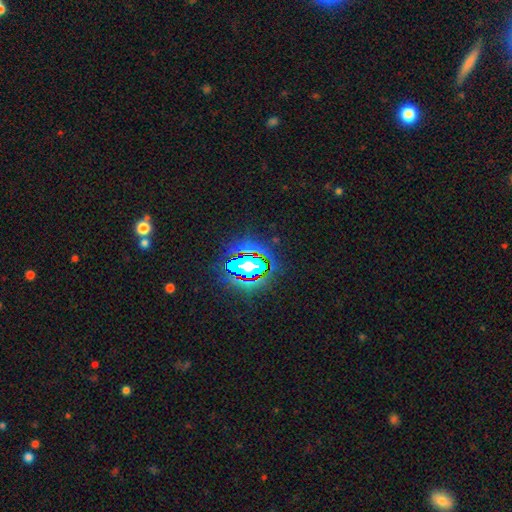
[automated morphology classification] Q: Smooth or featured?
A: star or artifact (82%); runner-up: smooth (11%)